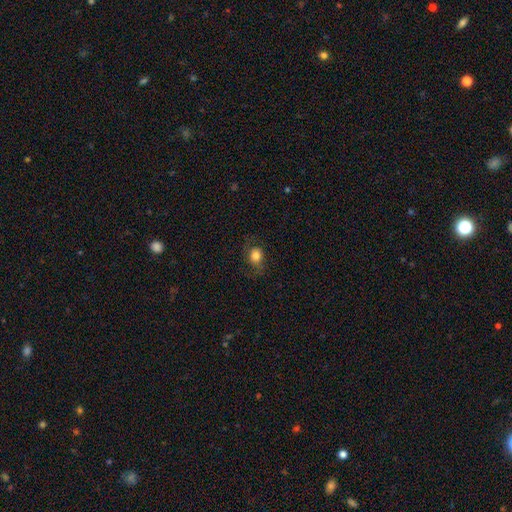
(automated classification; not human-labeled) The model was most divided on "how rounded": round: 53%, in between: 45%, cigar-shaped: 1%. More confident: smooth or featured — smooth (79%); merging — none (70%).